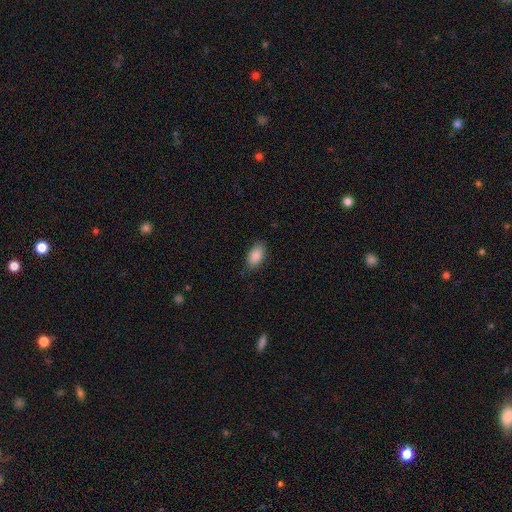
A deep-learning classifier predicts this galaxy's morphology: Smooth or featured?
  - smooth: 88% *
  - star or artifact: 7%
  - featured or disk: 5%
How rounded?
  - in between: 92% *
  - cigar-shaped: 4%
  - round: 4%
Merging?
  - none: 82% *
  - minor disturbance: 14%
  - major disturbance: 3%
  - merger: 1%